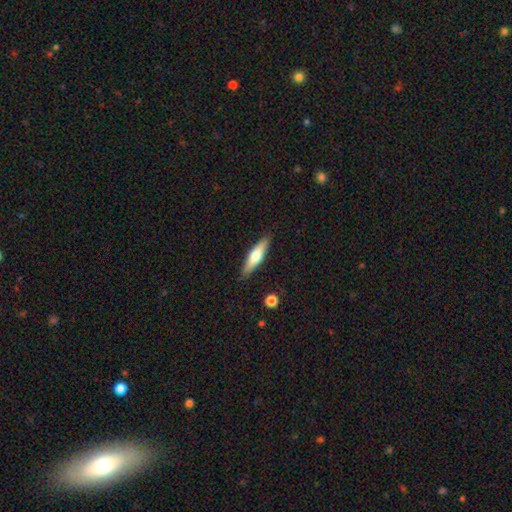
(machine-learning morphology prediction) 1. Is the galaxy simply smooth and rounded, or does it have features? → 54% smooth, 40% featured or disk, 6% star or artifact.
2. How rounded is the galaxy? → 68% cigar-shaped, 31% in between, 2% round.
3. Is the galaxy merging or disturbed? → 87% none, 9% minor disturbance, 2% major disturbance, 1% merger.